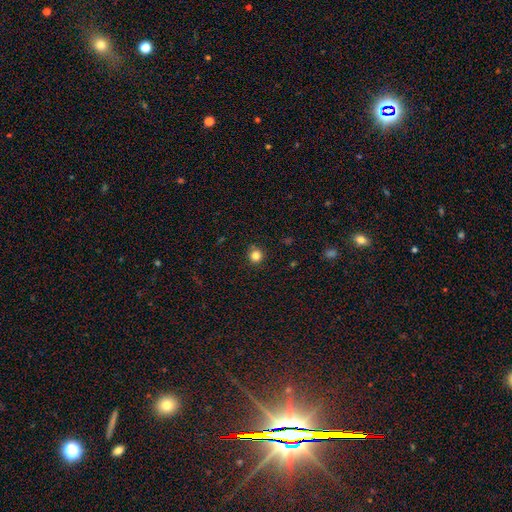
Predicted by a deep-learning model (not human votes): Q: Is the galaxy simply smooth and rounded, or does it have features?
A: smooth — 82%.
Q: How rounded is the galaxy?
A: round — 93%.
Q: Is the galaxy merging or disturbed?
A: none — 89%.